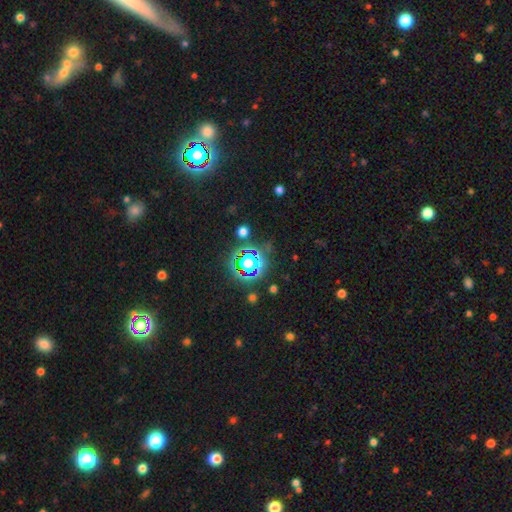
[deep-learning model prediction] This is clearly a star or artifact rather than a galaxy (82%).